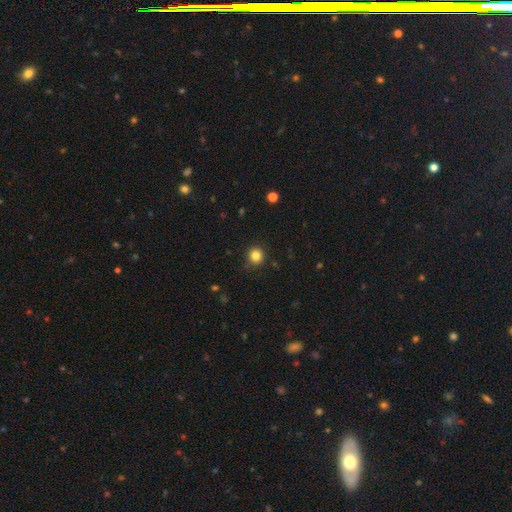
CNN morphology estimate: type=smooth (83%); roundness=round (92%); merging=none (90%).